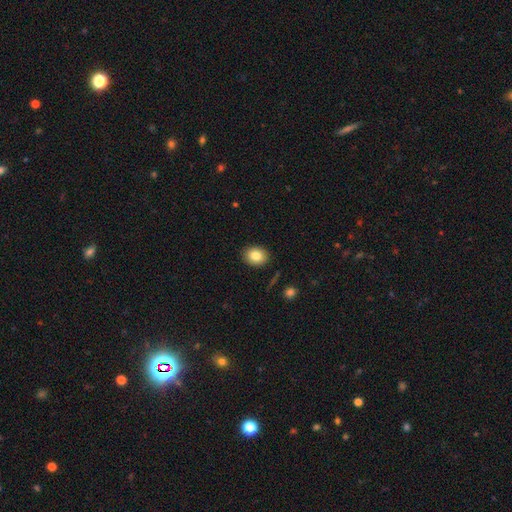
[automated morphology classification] smooth 83%, star or artifact 9%, featured or disk 8%. Down the decision tree: how rounded — round (51%); merging — none (90%).